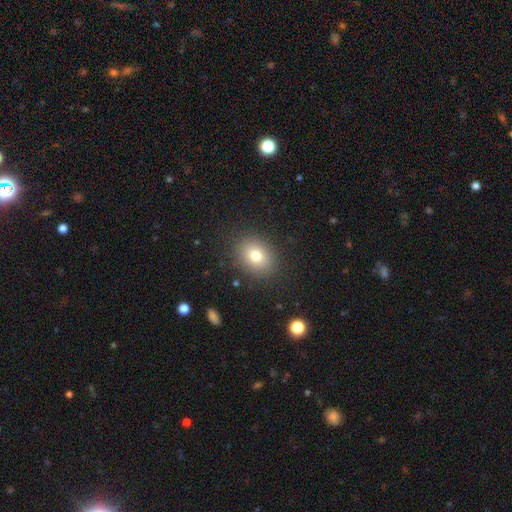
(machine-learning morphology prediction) The model was most divided on "how rounded": in between: 52%, round: 47%, cigar-shaped: 1%. More confident: merging — none (87%); smooth or featured — smooth (77%).